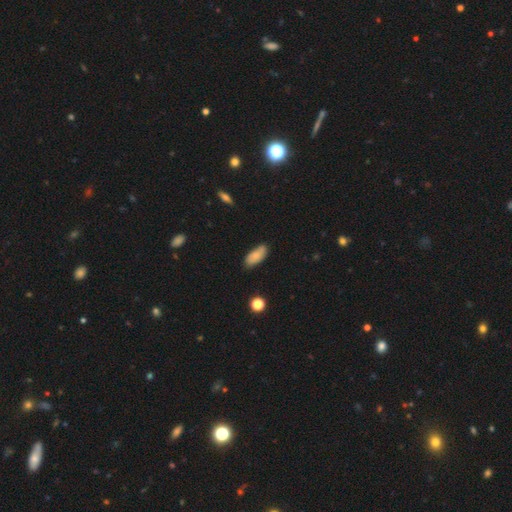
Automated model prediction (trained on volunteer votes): This is clearly a smooth galaxy (80%). How rounded: clearly in between (87%). Merging: likely none (76%).